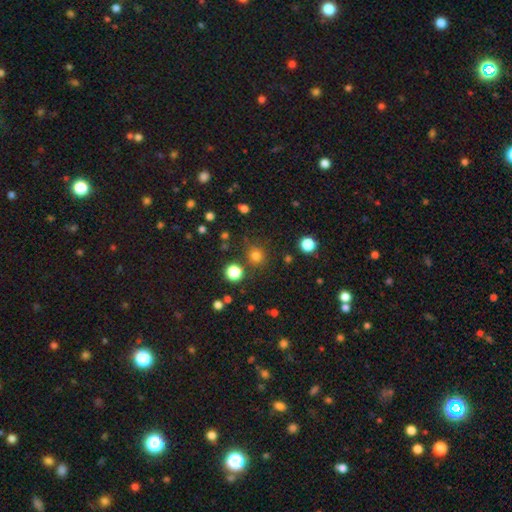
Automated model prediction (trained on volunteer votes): smooth 78%, star or artifact 17%, featured or disk 5%. Down the decision tree: how rounded — round (91%); merging — none (82%).